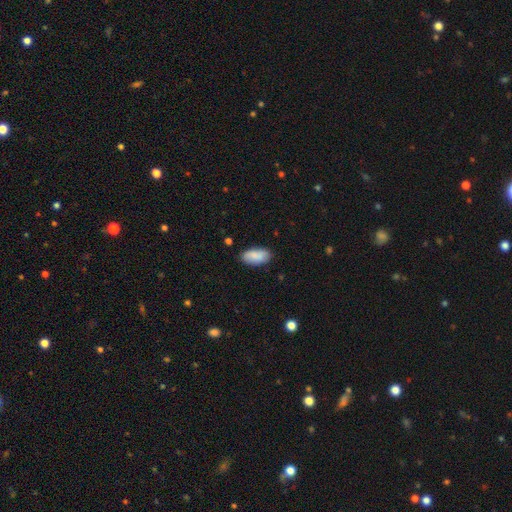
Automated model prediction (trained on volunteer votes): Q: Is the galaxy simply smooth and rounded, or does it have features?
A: smooth — 83%.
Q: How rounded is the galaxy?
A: in between — 93%.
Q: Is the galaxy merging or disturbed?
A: none — 82%.